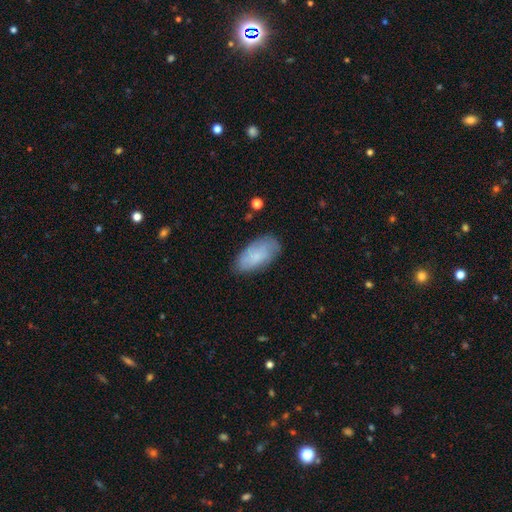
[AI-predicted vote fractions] Smooth or featured?
  - smooth: 72% *
  - featured or disk: 21%
  - star or artifact: 7%
How rounded?
  - in between: 93% *
  - cigar-shaped: 5%
  - round: 2%
Merging?
  - none: 77% *
  - minor disturbance: 18%
  - major disturbance: 4%
  - merger: 1%